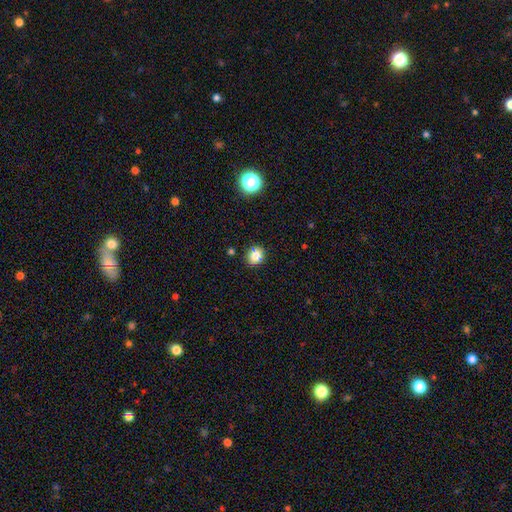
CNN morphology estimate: type=smooth (79%); roundness=round (70%); merging=none (86%).